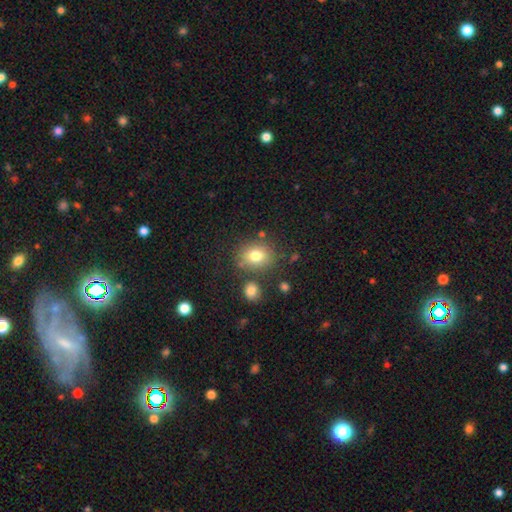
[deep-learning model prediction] Smooth or featured?
  - smooth: 77% *
  - star or artifact: 12%
  - featured or disk: 11%
How rounded?
  - round: 61% *
  - in between: 38%
  - cigar-shaped: 1%
Merging?
  - none: 75% *
  - minor disturbance: 12%
  - merger: 9%
  - major disturbance: 4%